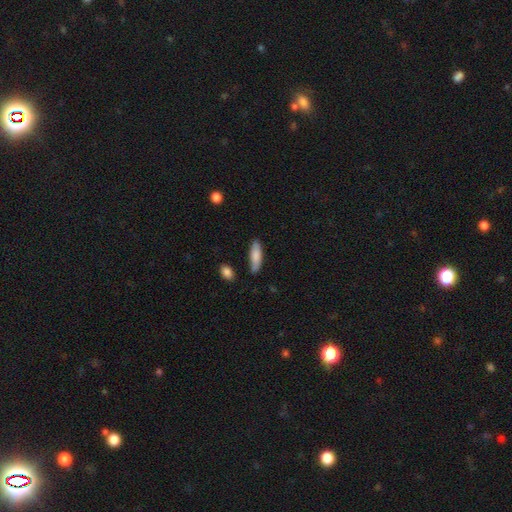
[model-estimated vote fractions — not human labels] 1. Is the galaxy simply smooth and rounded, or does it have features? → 83% smooth, 12% featured or disk, 6% star or artifact.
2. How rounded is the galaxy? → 52% cigar-shaped, 46% in between, 2% round.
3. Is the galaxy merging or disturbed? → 76% none, 17% minor disturbance, 3% merger, 3% major disturbance.